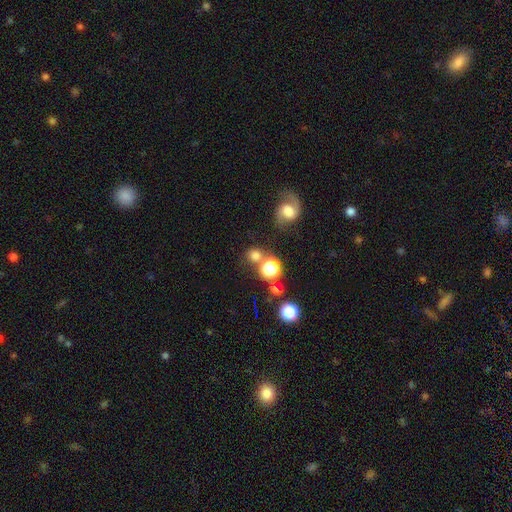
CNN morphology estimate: Smooth or featured? Predicted: smooth (p=0.71). How rounded? Predicted: round (p=0.86). Merging? Predicted: none (p=0.67).